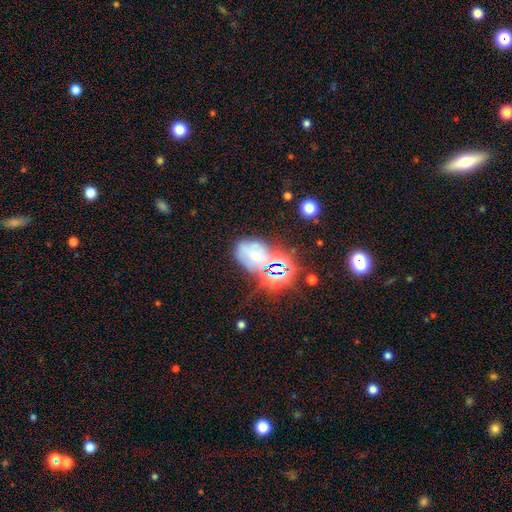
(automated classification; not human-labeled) Smooth or featured? star or artifact (40%)